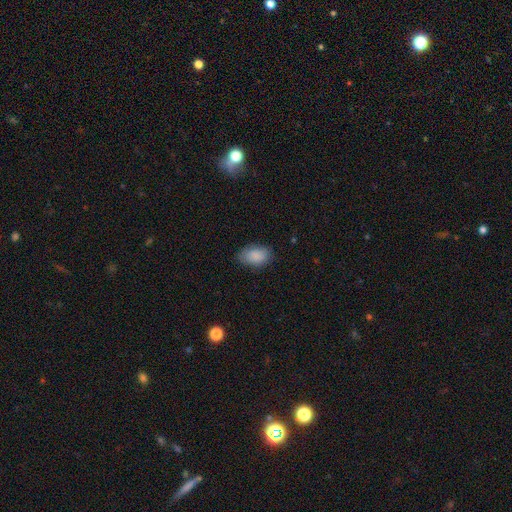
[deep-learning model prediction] A smooth galaxy with no disk features (88%) that is in between round and cigar-shaped (90%).

Vote fractions:
- Smooth or featured? smooth: 88% / star or artifact: 7% / featured or disk: 5%
- How rounded? in between: 90% / round: 8% / cigar-shaped: 1%
- Merging? none: 78% / minor disturbance: 17% / major disturbance: 4% / merger: 1%